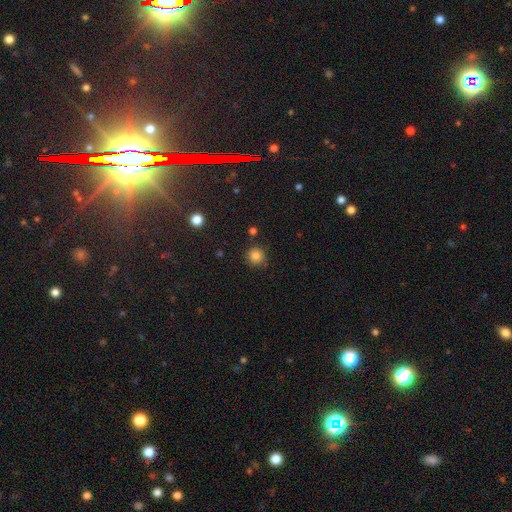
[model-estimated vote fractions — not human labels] Overall: smooth (83%). How rounded: round (94%). Merging: none (88%).